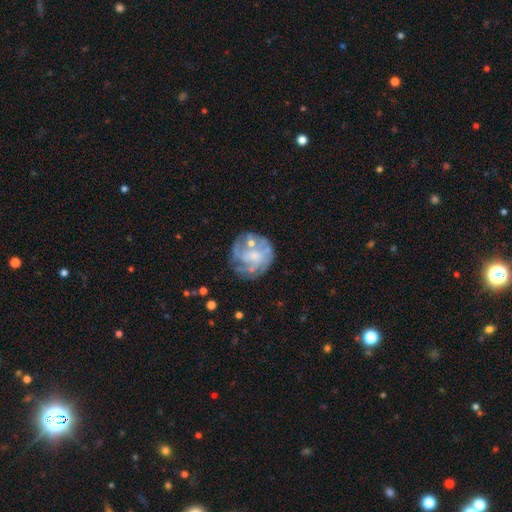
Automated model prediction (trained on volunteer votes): Smooth or featured? featured or disk (71%)
Edge-on disk? no (98%)
Bar? no (74%)
Spiral arms? yes (68%)
Bulge size? small (38%)
Merging? none (60%)